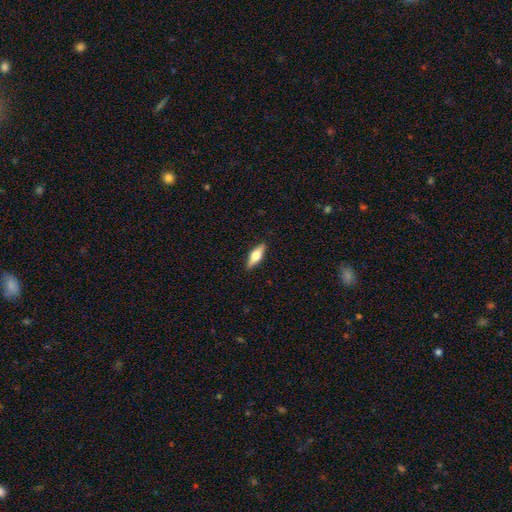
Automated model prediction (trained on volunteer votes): smooth 48%, featured or disk 45%, star or artifact 6%. Down the decision tree: merging — none (89%).